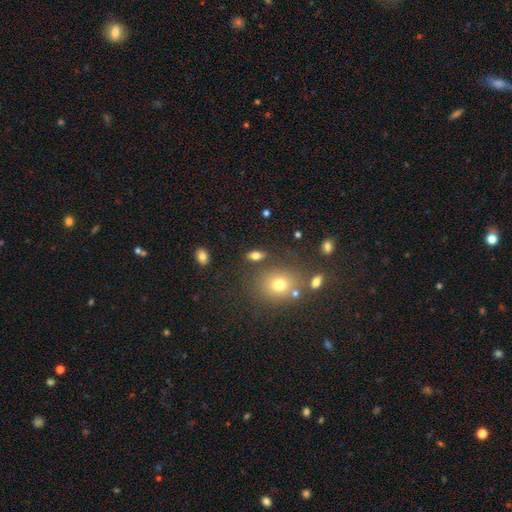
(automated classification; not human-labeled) This appears to be a smooth galaxy with no disk features (73%) that is in between round and cigar-shaped (78%). Merging: none (77%).